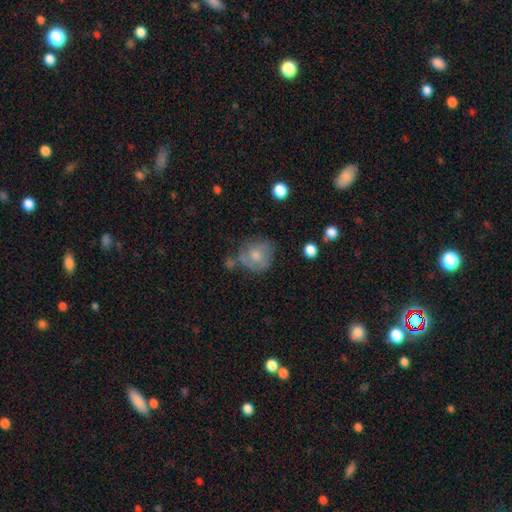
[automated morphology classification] This is likely a smooth galaxy (64%). How rounded: likely round (72%). Merging: possibly none (49%).